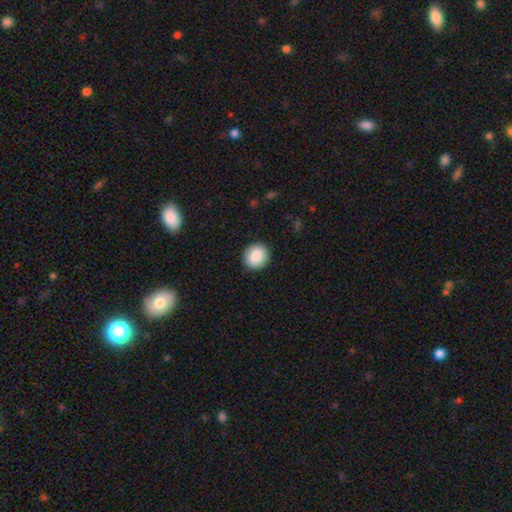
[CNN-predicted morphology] smooth-or-featured: smooth: 87% | star or artifact: 8% | featured or disk: 5%
  how-rounded: round: 82% | in between: 17% | cigar-shaped: 1%
  merging: none: 90% | minor disturbance: 7% | major disturbance: 2% | merger: 1%